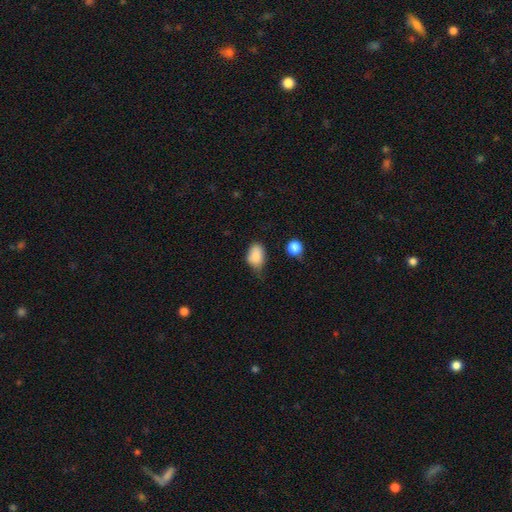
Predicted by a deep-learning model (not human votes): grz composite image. It shows a smooth galaxy with no disk features (85%) that is in between round and cigar-shaped (79%). Merging: minor disturbance (43%, tied with none).